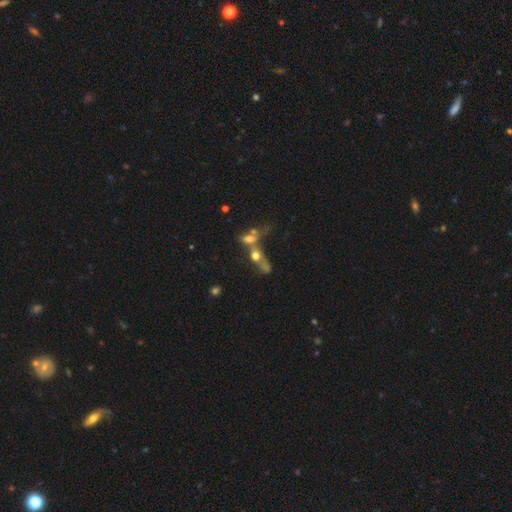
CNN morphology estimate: Smooth or featured? smooth (51%)
How rounded? in between (52%)
Merging? merger (61%)